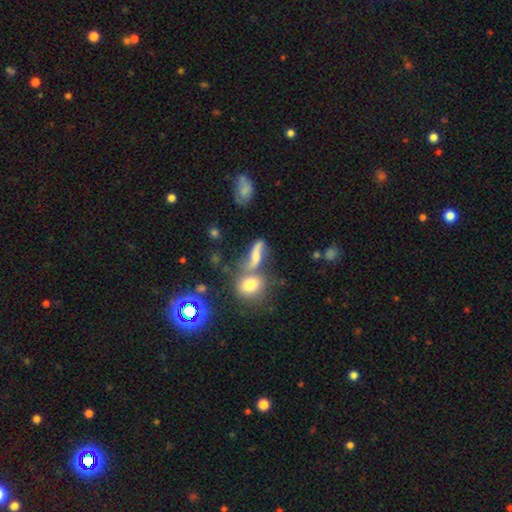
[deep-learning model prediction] Q: Smooth or featured?
A: featured or disk (44%); runner-up: smooth (41%)
Q: Merging?
A: none (39%); runner-up: merger (35%)